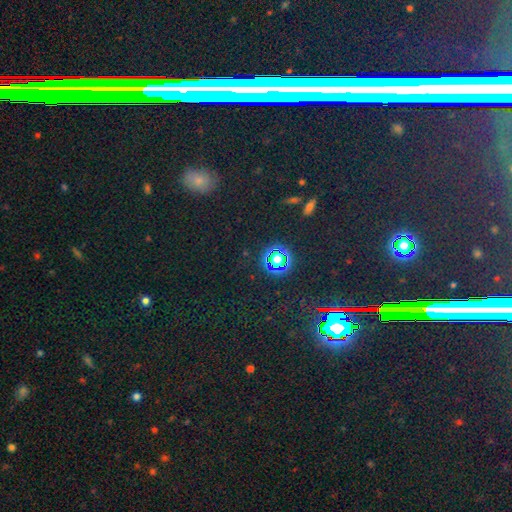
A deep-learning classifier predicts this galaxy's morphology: Smooth or featured?
  - star or artifact: 75% *
  - smooth: 17%
  - featured or disk: 8%